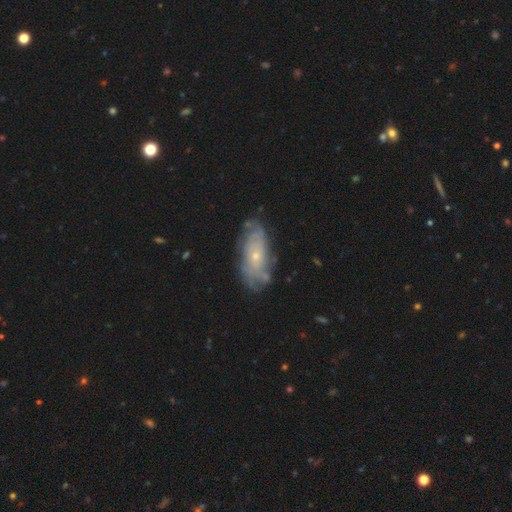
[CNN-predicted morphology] This appears to be a featured or disk galaxy (69%) with no bar (83%), spiral arms (77%) and a small central bulge (77%). Merging: none (72%).